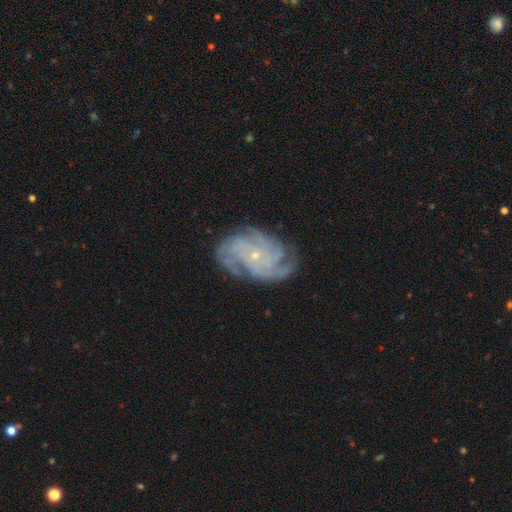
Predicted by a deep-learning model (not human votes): A featured or disk galaxy (87%) with no bar (77%), 4 (35%) tight (62%) spiral arms (97%) and a small central bulge (84%). Merging: none (76%).